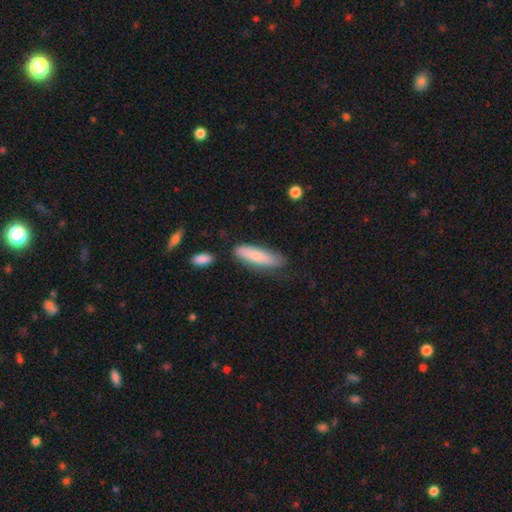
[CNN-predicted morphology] smooth_or_featured: smooth (p=0.78) [alt: featured or disk p=0.16]
how_rounded: cigar-shaped (p=0.65) [alt: in between p=0.33]
merging: none (p=0.69) [alt: minor disturbance p=0.22]